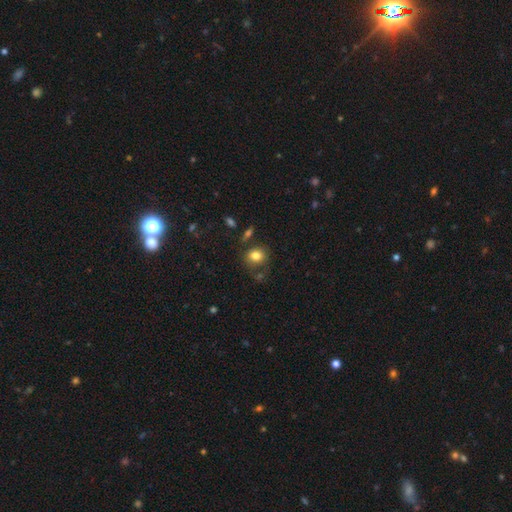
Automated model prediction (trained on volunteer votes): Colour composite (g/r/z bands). It shows a smooth galaxy with no disk features (81%) that is round (67%). Merging: none (70%).